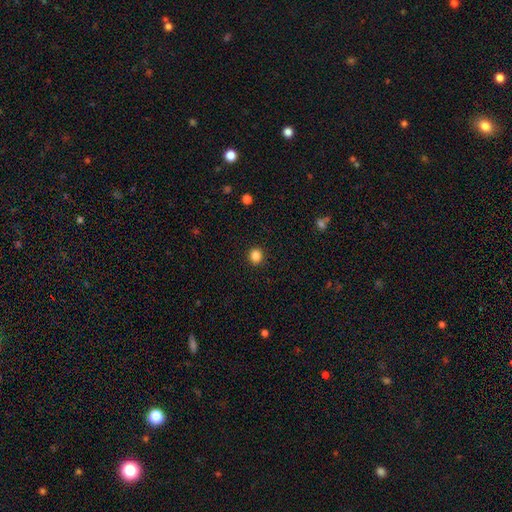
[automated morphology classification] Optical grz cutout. It shows a smooth galaxy with no disk features (85%) that is round (89%). Merging: none (92%).